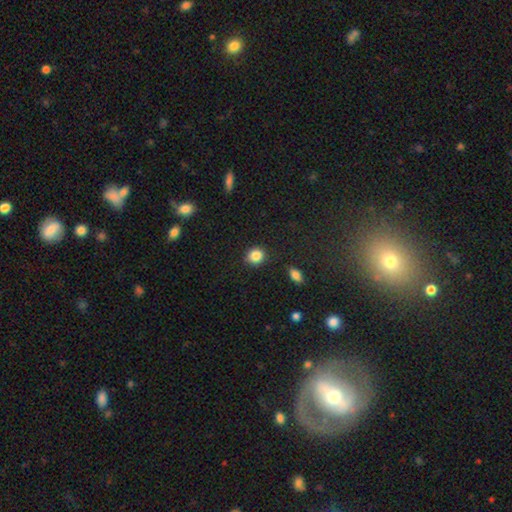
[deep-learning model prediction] smooth 86%, star or artifact 10%, featured or disk 4%. Down the decision tree: how rounded — round (82%); merging — none (86%).